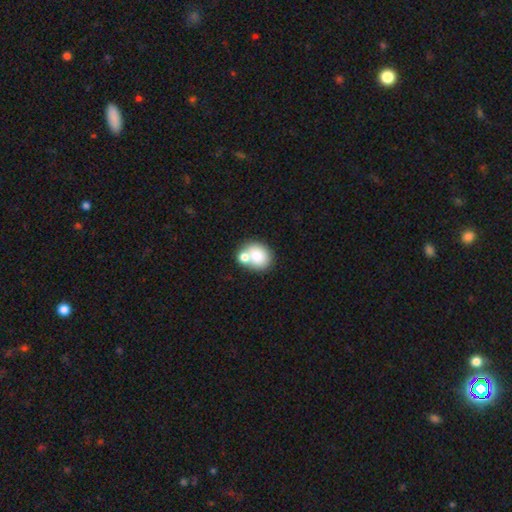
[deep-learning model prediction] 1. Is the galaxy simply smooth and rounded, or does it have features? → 76% smooth, 15% featured or disk, 9% star or artifact.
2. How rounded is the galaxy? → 65% round, 34% in between, 1% cigar-shaped.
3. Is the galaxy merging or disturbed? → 45% none, 42% merger, 9% minor disturbance, 3% major disturbance.